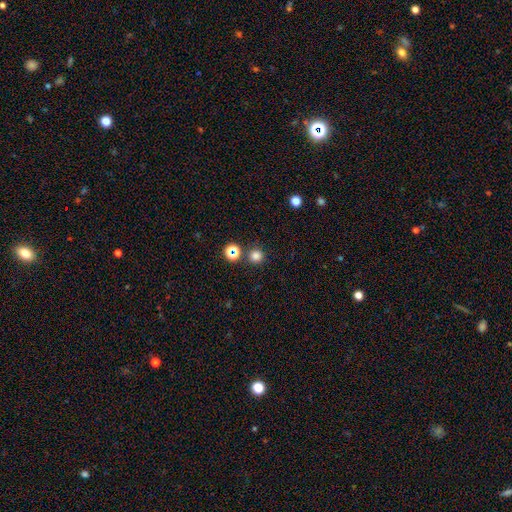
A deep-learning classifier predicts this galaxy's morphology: type=smooth (79%); roundness=round (95%); merging=none (85%).